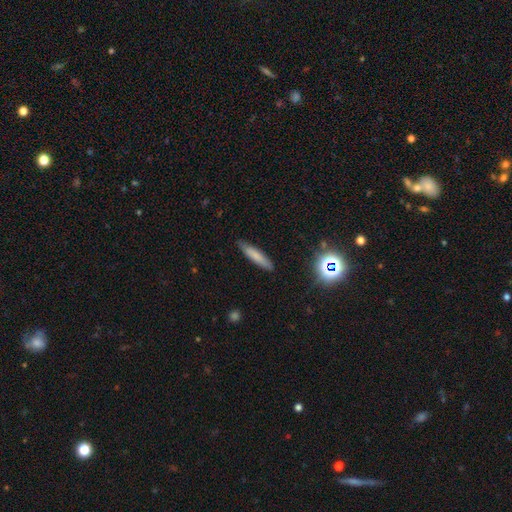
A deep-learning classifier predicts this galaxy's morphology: Smooth or featured? smooth (75%)
How rounded? cigar-shaped (86%)
Merging? none (85%)